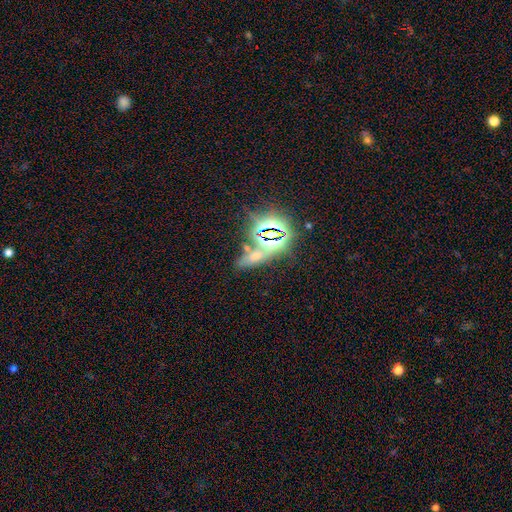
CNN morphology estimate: Smooth or featured?
  - star or artifact: 54% *
  - smooth: 31%
  - featured or disk: 15%